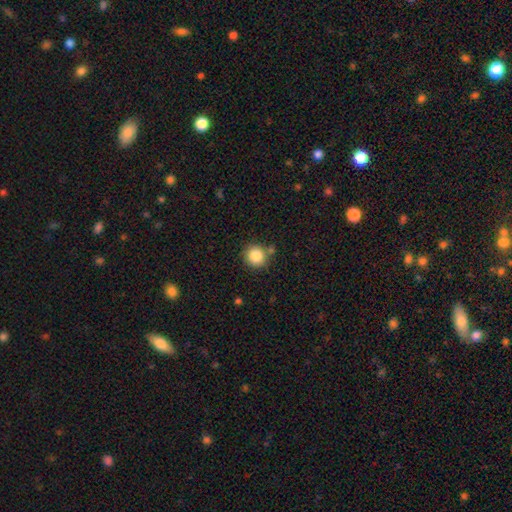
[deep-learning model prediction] This is clearly a smooth galaxy (85%). How rounded: clearly round (92%). Merging: clearly none (81%).